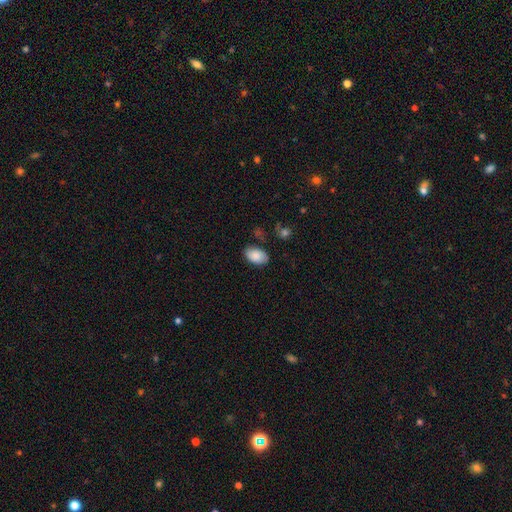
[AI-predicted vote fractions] Overall: smooth (86%). How rounded: in between (92%). Merging: none (79%).